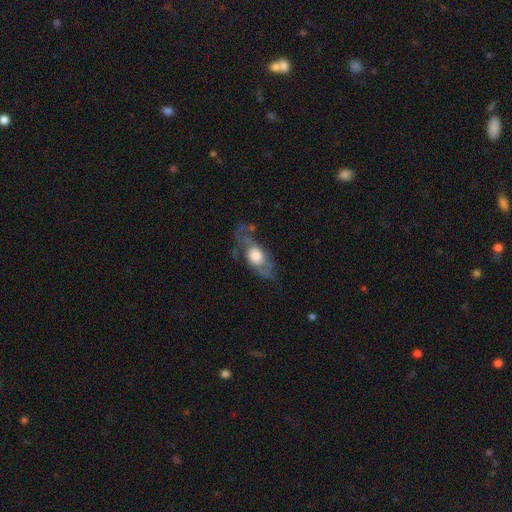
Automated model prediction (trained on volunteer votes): A featured or disk galaxy (59%). Merging: none (51%).